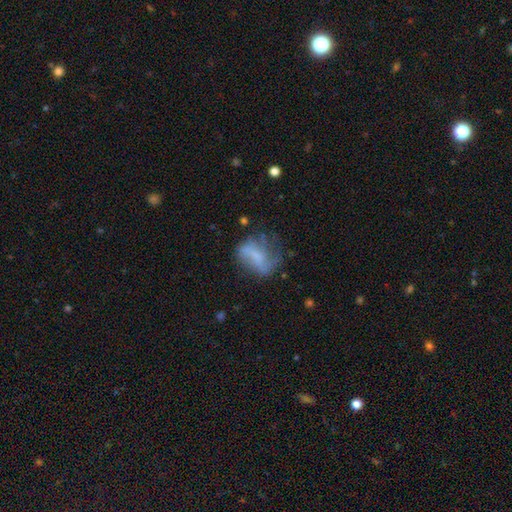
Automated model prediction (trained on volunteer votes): A smooth galaxy with no disk features (45%). Merging: none (39%).